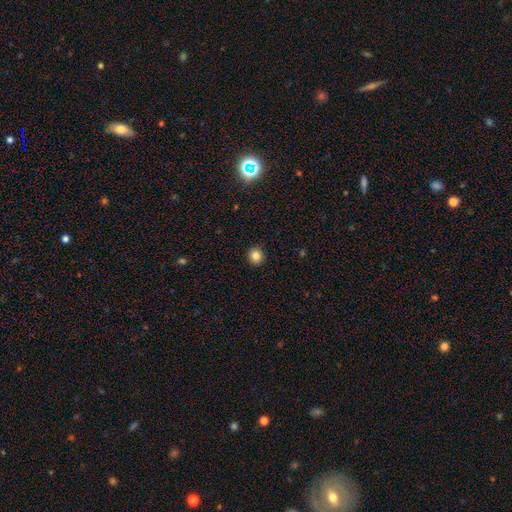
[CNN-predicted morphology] smooth-or-featured: smooth: 83% | star or artifact: 11% | featured or disk: 5%
  how-rounded: round: 90% | in between: 9% | cigar-shaped: 1%
  merging: none: 92% | minor disturbance: 5% | major disturbance: 2% | merger: 1%